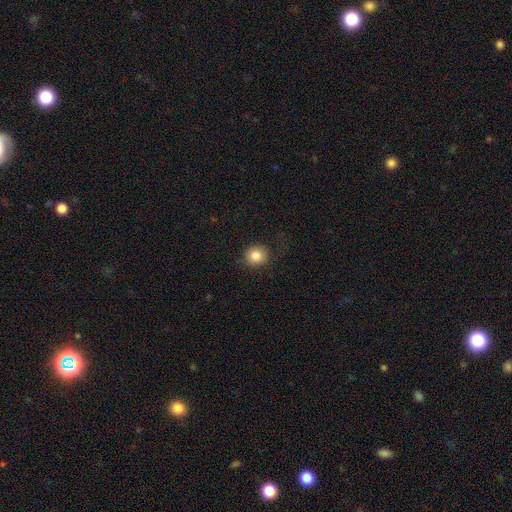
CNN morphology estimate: Smooth or featured?
  - smooth: 84% *
  - star or artifact: 10%
  - featured or disk: 6%
How rounded?
  - round: 89% *
  - in between: 10%
  - cigar-shaped: 1%
Merging?
  - none: 83% *
  - minor disturbance: 11%
  - major disturbance: 5%
  - merger: 1%